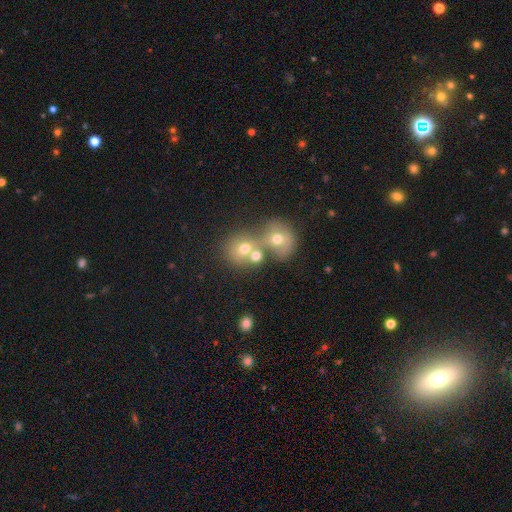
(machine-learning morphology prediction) Smooth or featured? Predicted: smooth (p=0.65). How rounded? Predicted: round (p=0.74). Merging? Predicted: merger (p=0.60).